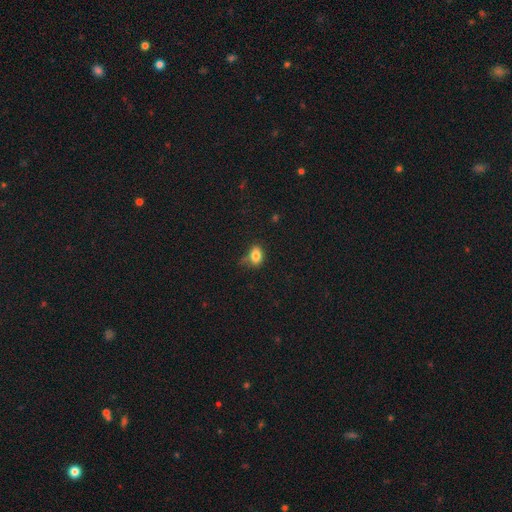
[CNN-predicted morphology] Smooth or featured? Predicted: smooth (p=0.82). How rounded? Predicted: in between (p=0.73). Merging? Predicted: none (p=0.56).